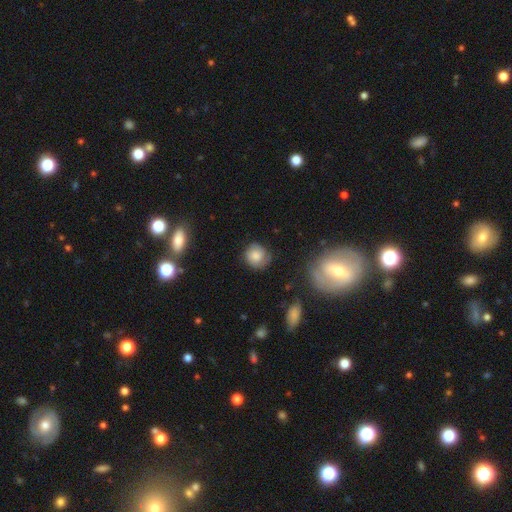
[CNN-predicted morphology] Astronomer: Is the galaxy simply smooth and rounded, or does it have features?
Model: smooth — 65%.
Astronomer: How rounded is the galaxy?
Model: round — 83%.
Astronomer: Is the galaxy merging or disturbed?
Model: none — 67%.